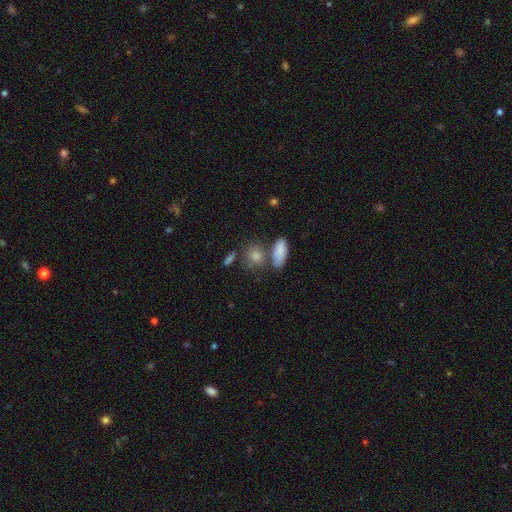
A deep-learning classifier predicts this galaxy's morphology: smooth-or-featured: smooth: 75% | star or artifact: 13% | featured or disk: 11%
  how-rounded: in between: 53% | round: 40% | cigar-shaped: 7%
  merging: none: 57% | merger: 24% | minor disturbance: 13% | major disturbance: 6%